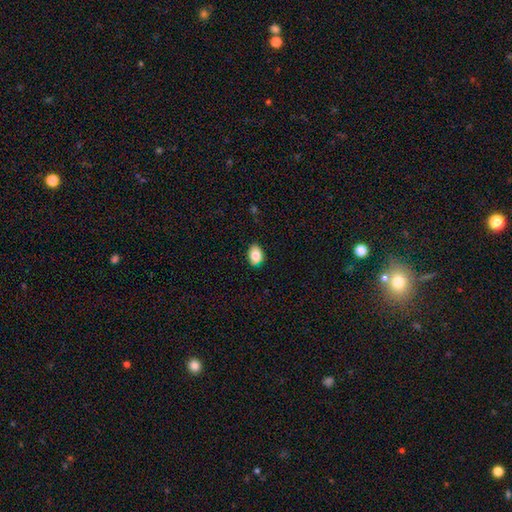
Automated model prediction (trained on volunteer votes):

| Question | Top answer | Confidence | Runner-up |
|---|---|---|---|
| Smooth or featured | smooth | 82% | featured or disk (9%) |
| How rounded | in between | 78% | round (21%) |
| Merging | none | 84% | minor disturbance (13%) |